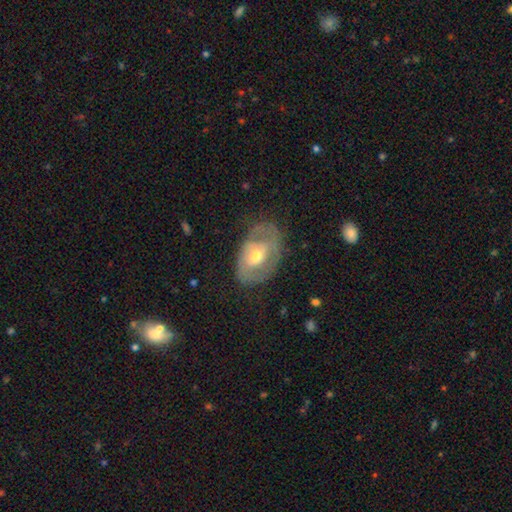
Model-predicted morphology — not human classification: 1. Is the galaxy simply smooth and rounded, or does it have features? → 59% featured or disk, 34% smooth, 6% star or artifact.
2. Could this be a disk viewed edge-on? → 94% no, 6% yes.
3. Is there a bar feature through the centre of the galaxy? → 68% no, 25% weak, 6% strong.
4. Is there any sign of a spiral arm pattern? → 51% yes, 49% no.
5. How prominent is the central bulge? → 72% moderate, 19% small, 8% large, 1% none, 1% dominant.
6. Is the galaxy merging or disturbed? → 43% none, 30% minor disturbance, 24% major disturbance, 2% merger.